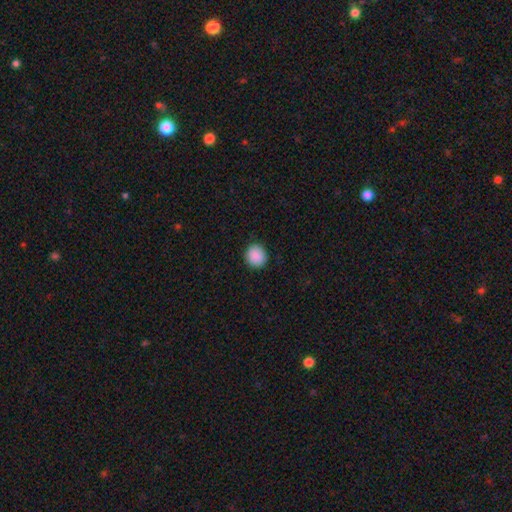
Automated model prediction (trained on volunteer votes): Smooth or featured: smooth — 90% (star or artifact — 7%)
How rounded: round — 83% (in between — 16%)
Merging: none — 90% (minor disturbance — 7%)